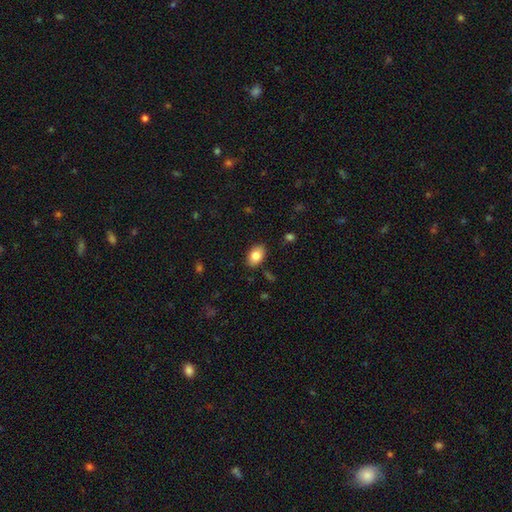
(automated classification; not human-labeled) Overall: smooth (83%). How rounded: in between (89%). Merging: none (86%).